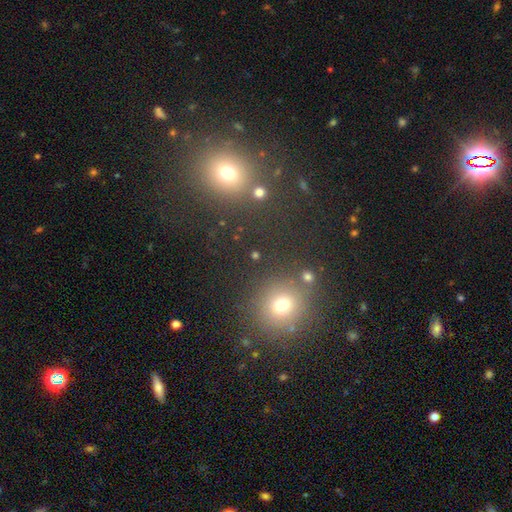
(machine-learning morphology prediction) smooth_or_featured: smooth (p=0.58) [alt: star or artifact p=0.33]
how_rounded: round (p=0.85) [alt: in between p=0.13]
merging: none (p=0.81) [alt: minor disturbance p=0.07]